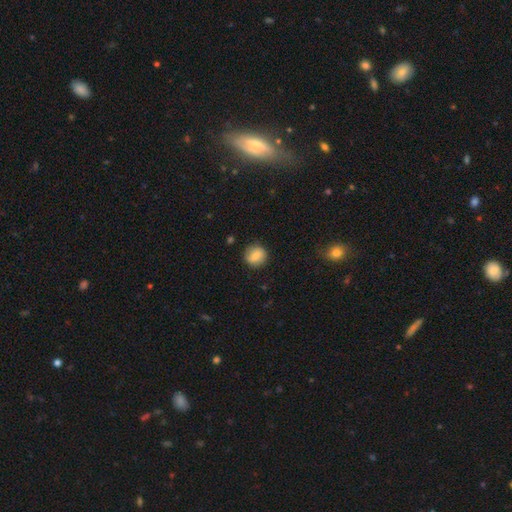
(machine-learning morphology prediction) A smooth galaxy with no disk features (81%) that is round (86%). Merging: none (85%).